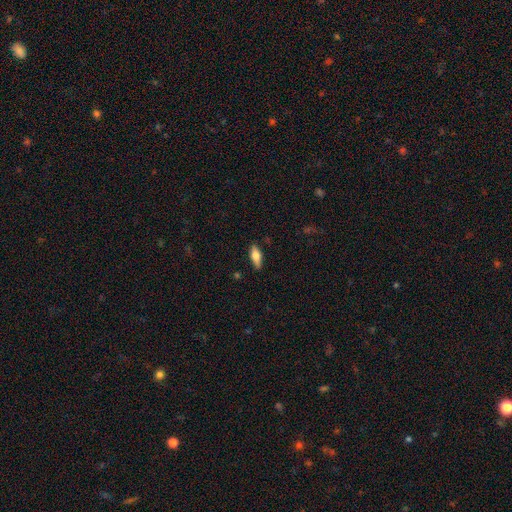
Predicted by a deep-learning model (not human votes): Smooth or featured? Predicted: smooth (p=0.70). How rounded? Predicted: in between (p=0.73). Merging? Predicted: none (p=0.84).